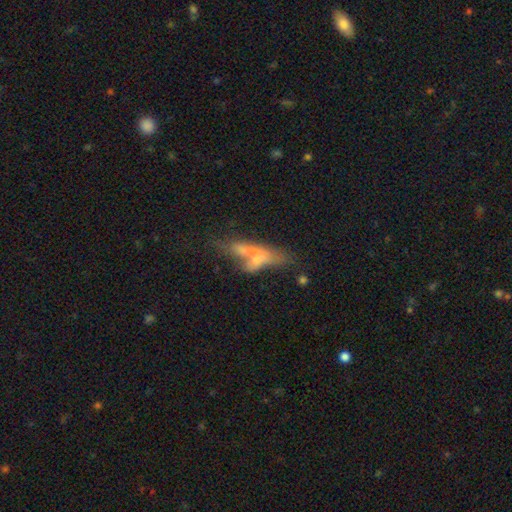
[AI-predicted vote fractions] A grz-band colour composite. It shows a smooth galaxy with no disk features (50%). Merging: merger (46%).